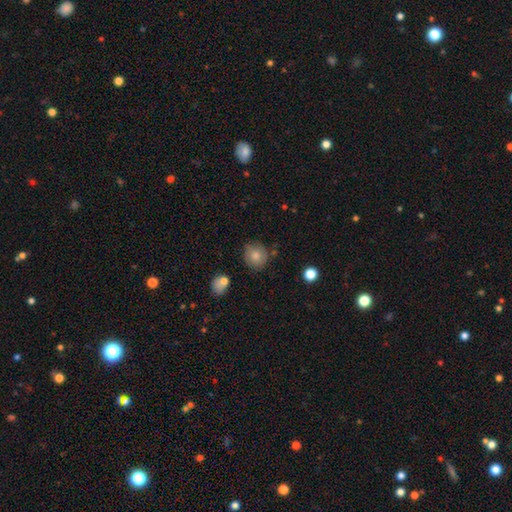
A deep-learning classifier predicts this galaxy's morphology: This is likely a smooth galaxy (77%). How rounded: clearly round (81%). Merging: likely none (75%).